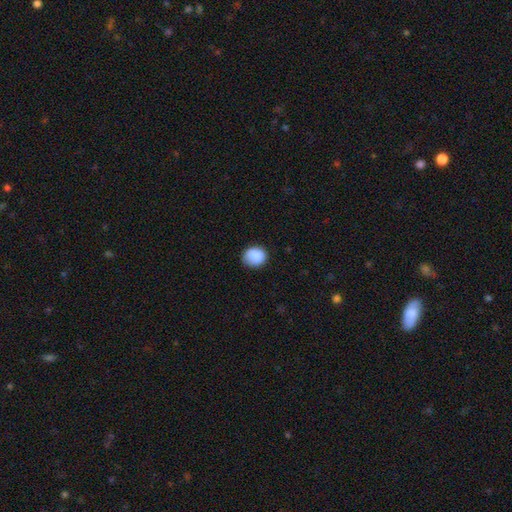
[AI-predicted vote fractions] A smooth galaxy with no disk features (86%) that is round (69%). Merging: none (74%).